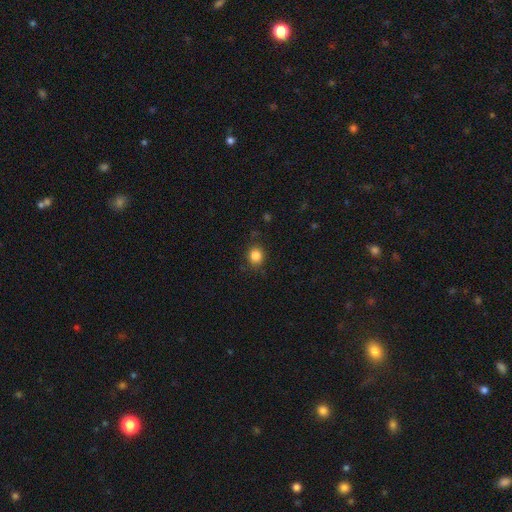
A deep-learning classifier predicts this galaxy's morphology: Smooth or featured?
  - smooth: 85% *
  - star or artifact: 11%
  - featured or disk: 5%
How rounded?
  - round: 73% *
  - in between: 26%
  - cigar-shaped: 1%
Merging?
  - none: 83% *
  - minor disturbance: 12%
  - major disturbance: 3%
  - merger: 1%